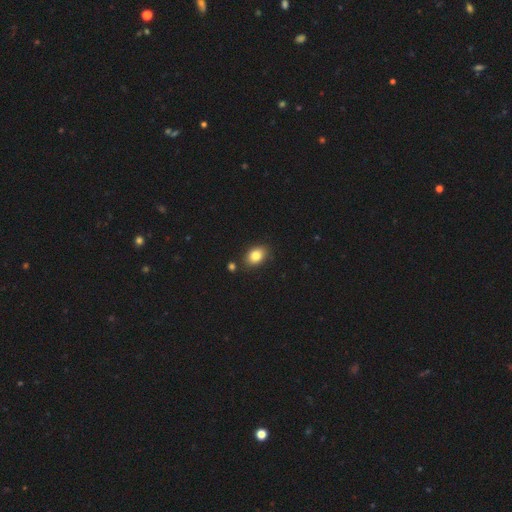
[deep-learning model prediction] Smooth or featured: smooth — 84% (star or artifact — 9%)
How rounded: in between — 79% (round — 20%)
Merging: none — 82% (minor disturbance — 11%)